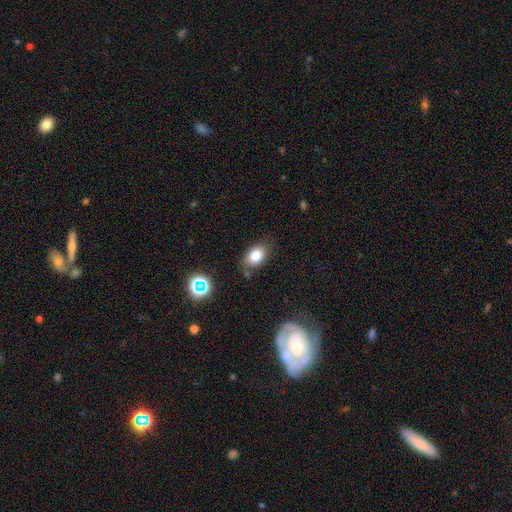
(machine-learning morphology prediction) Overall: smooth (81%). How rounded: in between (82%). Merging: none (76%).